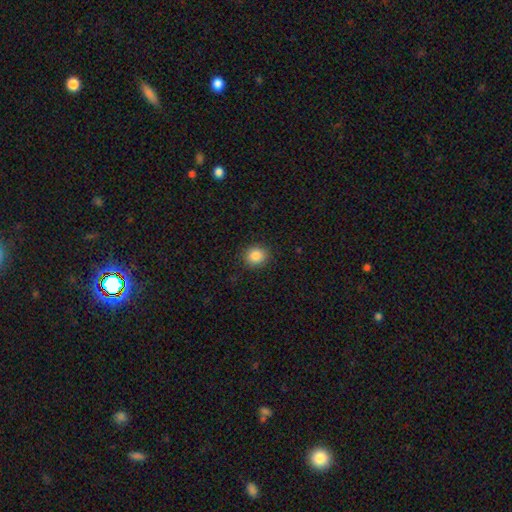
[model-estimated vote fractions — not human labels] smooth 86%, star or artifact 10%, featured or disk 4%. Down the decision tree: how rounded — round (78%); merging — none (90%).